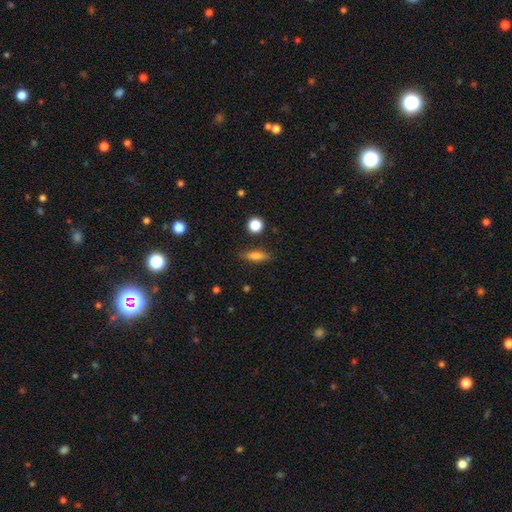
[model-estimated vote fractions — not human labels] Overall: smooth (70%). How rounded: cigar-shaped (58%; in between 37%). Merging: none (84%).